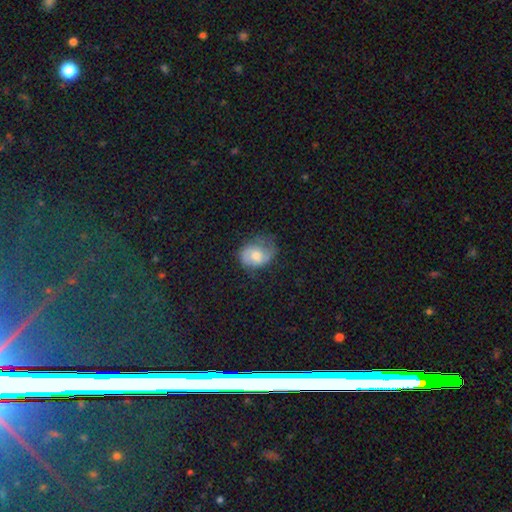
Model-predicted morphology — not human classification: A smooth galaxy with no disk features (47%).

Vote fractions:
- Smooth or featured? smooth: 47% / featured or disk: 44% / star or artifact: 9%
- Merging? none: 53% / minor disturbance: 30% / major disturbance: 16% / merger: 1%